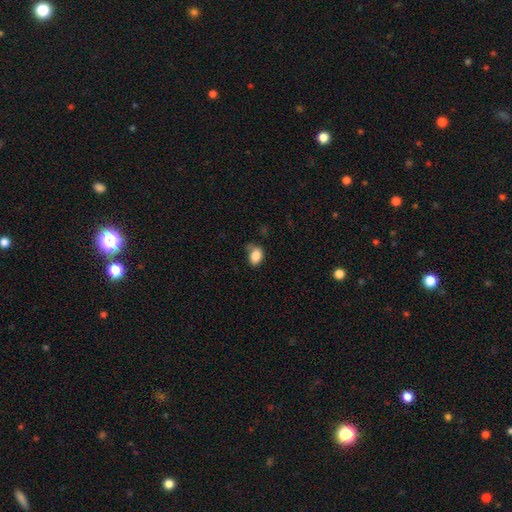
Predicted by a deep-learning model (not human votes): A smooth galaxy with no disk features (85%) that is in between round and cigar-shaped (70%). Merging: none (50%).